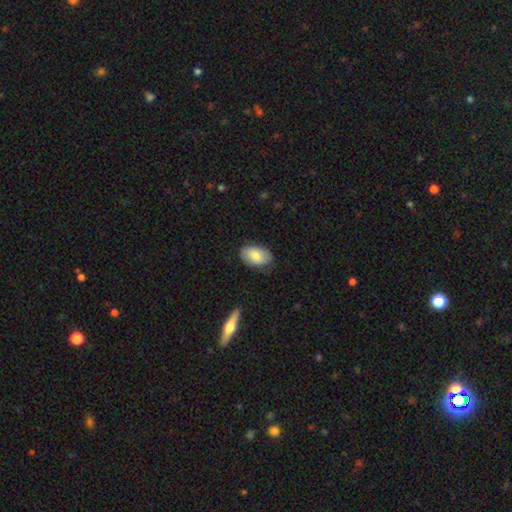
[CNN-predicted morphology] This is likely a smooth galaxy (76%). How rounded: clearly in between (92%). Merging: likely none (77%).